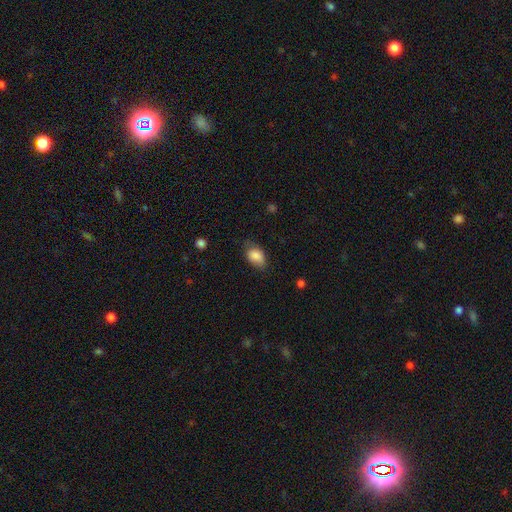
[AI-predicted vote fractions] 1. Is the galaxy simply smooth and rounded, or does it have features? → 84% smooth, 9% featured or disk, 8% star or artifact.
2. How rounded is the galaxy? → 84% in between, 14% round, 2% cigar-shaped.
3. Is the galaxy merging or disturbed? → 61% none, 30% minor disturbance, 8% major disturbance, 1% merger.